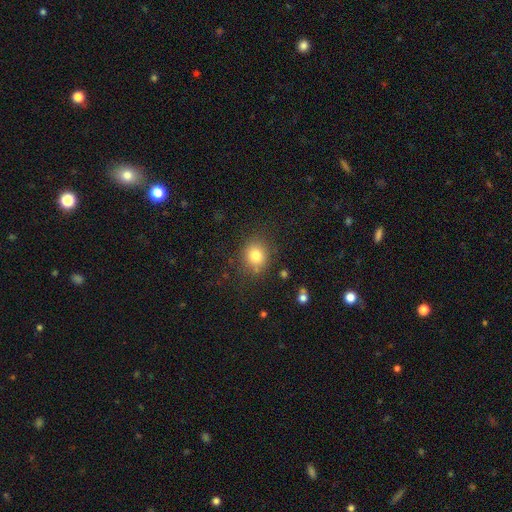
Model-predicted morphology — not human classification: smooth-or-featured: smooth: 80% | star or artifact: 12% | featured or disk: 8%
  how-rounded: round: 76% | in between: 23% | cigar-shaped: 1%
  merging: none: 81% | minor disturbance: 12% | major disturbance: 4% | merger: 3%